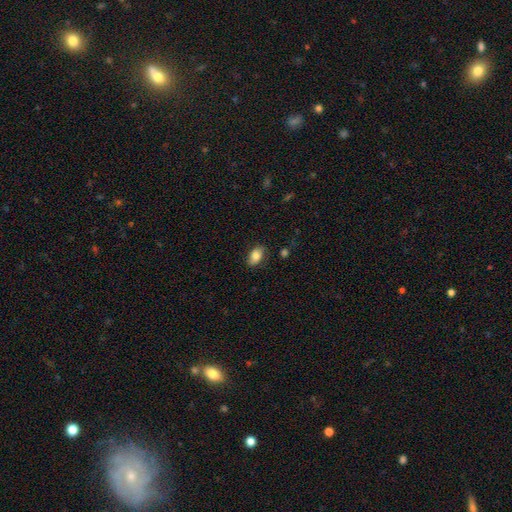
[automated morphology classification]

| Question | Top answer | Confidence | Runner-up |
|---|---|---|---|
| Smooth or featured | smooth | 81% | featured or disk (11%) |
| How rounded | in between | 90% | round (8%) |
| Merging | none | 81% | minor disturbance (14%) |